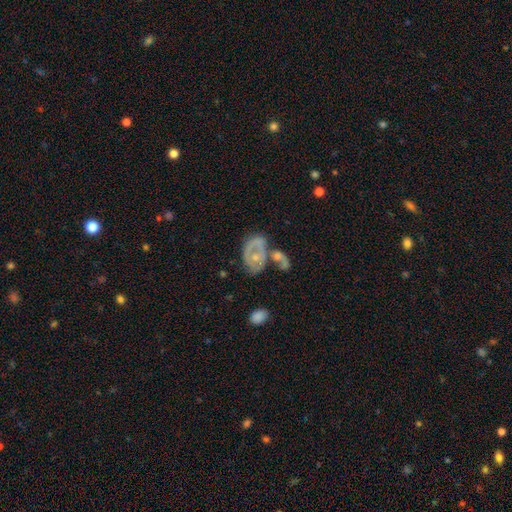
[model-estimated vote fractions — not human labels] Smooth or featured? Predicted: featured or disk (p=0.63). Edge-on disk? Predicted: no (p=0.95). Bar? Predicted: no (p=0.80). Spiral arms? Predicted: no (p=0.56). Bulge size? Predicted: moderate (p=0.50). Merging? Predicted: merger (p=0.33).